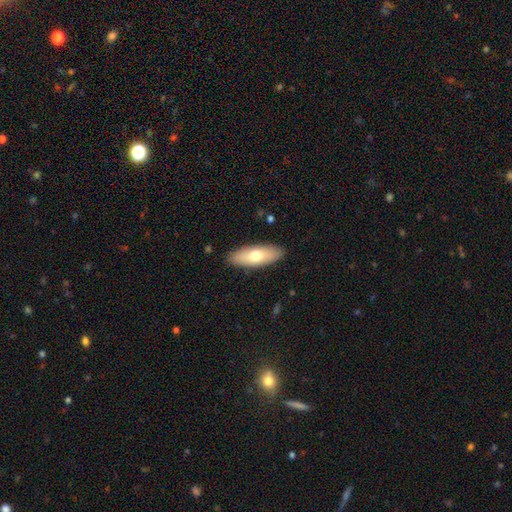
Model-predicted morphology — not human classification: This is likely a smooth galaxy (68%). How rounded: likely in between (66%). Merging: clearly none (89%).